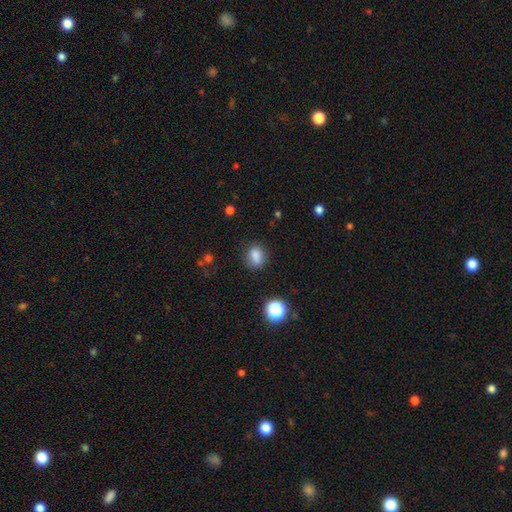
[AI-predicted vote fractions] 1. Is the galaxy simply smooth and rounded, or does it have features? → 83% smooth, 12% star or artifact, 6% featured or disk.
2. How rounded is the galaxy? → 58% in between, 40% round, 2% cigar-shaped.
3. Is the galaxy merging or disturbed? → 77% none, 16% minor disturbance, 5% major disturbance, 3% merger.